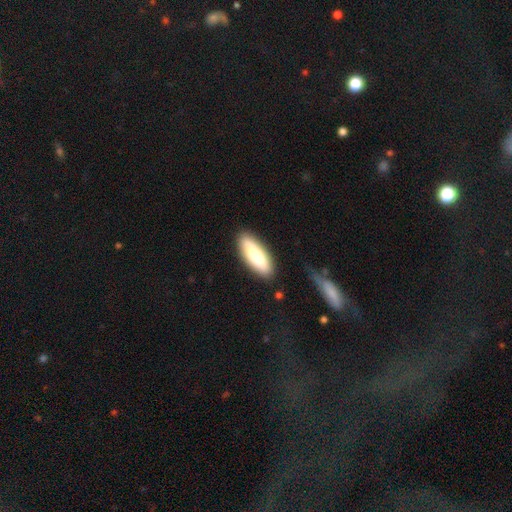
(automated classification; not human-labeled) Smooth or featured? Predicted: smooth (p=0.79). How rounded? Predicted: in between (p=0.51). Merging? Predicted: none (p=0.85).